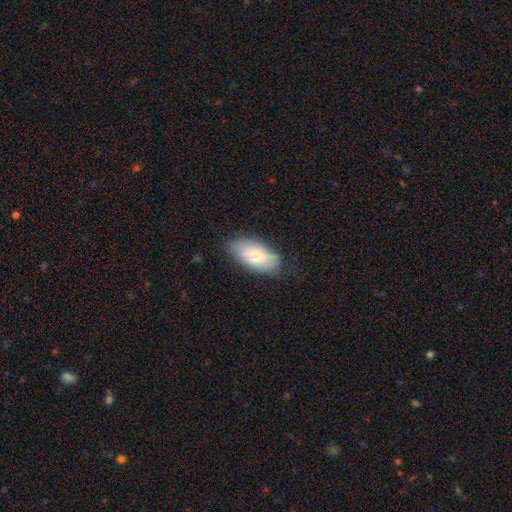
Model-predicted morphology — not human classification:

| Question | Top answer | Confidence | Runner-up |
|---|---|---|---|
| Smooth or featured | smooth | 73% | featured or disk (21%) |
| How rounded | in between | 92% | cigar-shaped (5%) |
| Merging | none | 73% | minor disturbance (21%) |